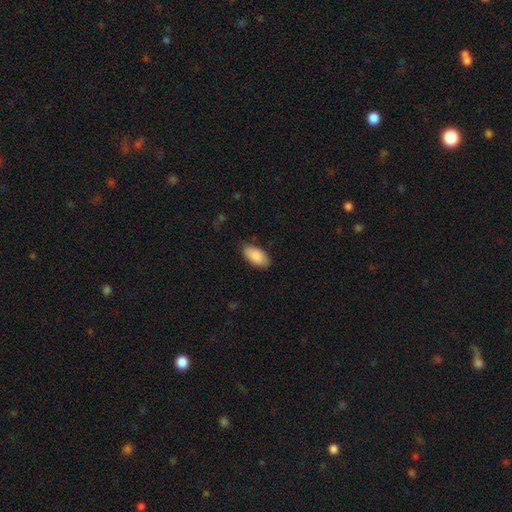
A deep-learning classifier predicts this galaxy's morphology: Smooth or featured? Predicted: smooth (p=0.89). How rounded? Predicted: in between (p=0.95). Merging? Predicted: none (p=0.80).